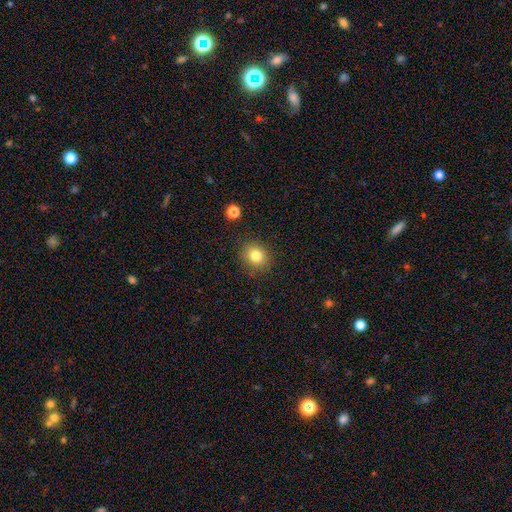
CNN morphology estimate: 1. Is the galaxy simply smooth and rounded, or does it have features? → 81% smooth, 11% star or artifact, 7% featured or disk.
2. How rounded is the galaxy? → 76% round, 23% in between, 1% cigar-shaped.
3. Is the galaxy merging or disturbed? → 86% none, 9% minor disturbance, 3% major disturbance, 2% merger.